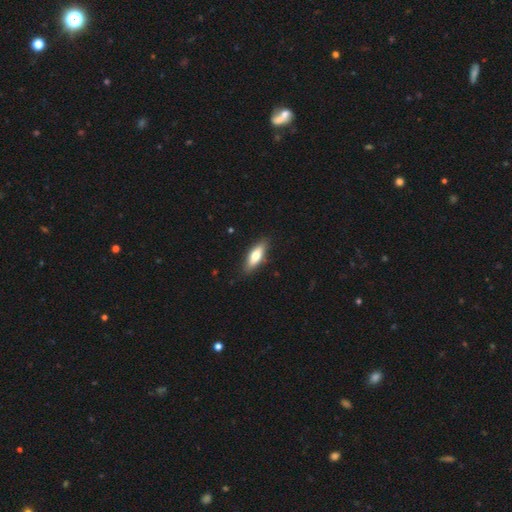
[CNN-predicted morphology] A smooth galaxy with no disk features (69%) that is in between round and cigar-shaped (58%).

Vote fractions:
- Smooth or featured? smooth: 69% / featured or disk: 25% / star or artifact: 6%
- How rounded? in between: 58% / cigar-shaped: 40% / round: 2%
- Merging? none: 86% / minor disturbance: 11% / major disturbance: 2% / merger: 1%